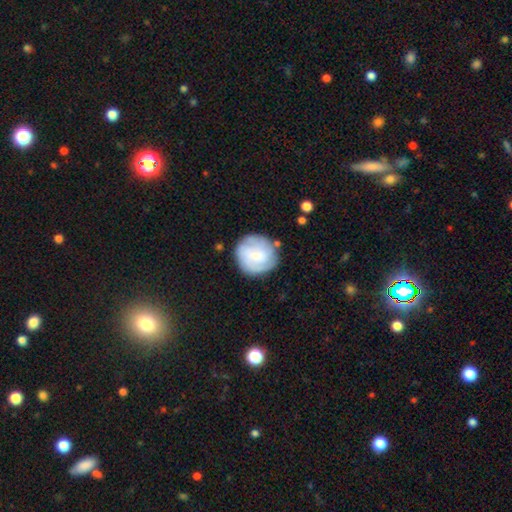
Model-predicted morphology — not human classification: The model was most divided on "smooth or featured": featured or disk: 52%, smooth: 42%, star or artifact: 6%. More confident: edge-on disk — no (98%); spiral arms — yes (81%); merging — none (78%); bulge size — small (67%); bar — no (57%).